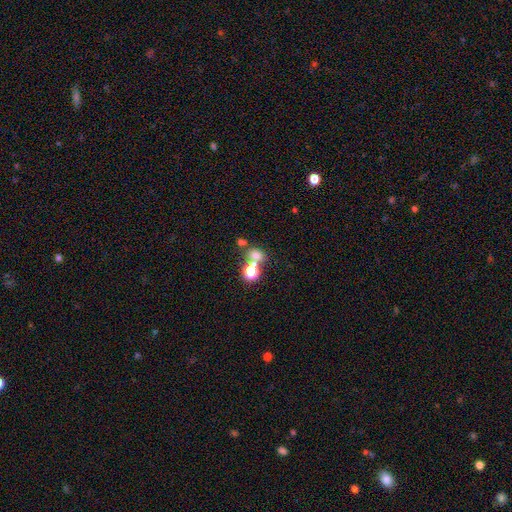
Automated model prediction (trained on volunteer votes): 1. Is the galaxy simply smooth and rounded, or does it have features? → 61% smooth, 27% star or artifact, 12% featured or disk.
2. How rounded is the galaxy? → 58% round, 40% in between, 1% cigar-shaped.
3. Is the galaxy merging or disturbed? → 48% none, 39% merger, 8% minor disturbance, 5% major disturbance.